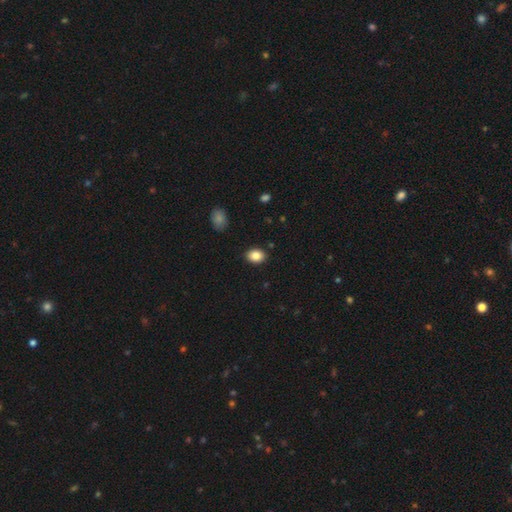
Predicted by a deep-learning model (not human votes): smooth_or_featured: smooth (p=0.86) [alt: star or artifact p=0.08]
how_rounded: in between (p=0.74) [alt: round p=0.25]
merging: none (p=0.88) [alt: minor disturbance p=0.08]